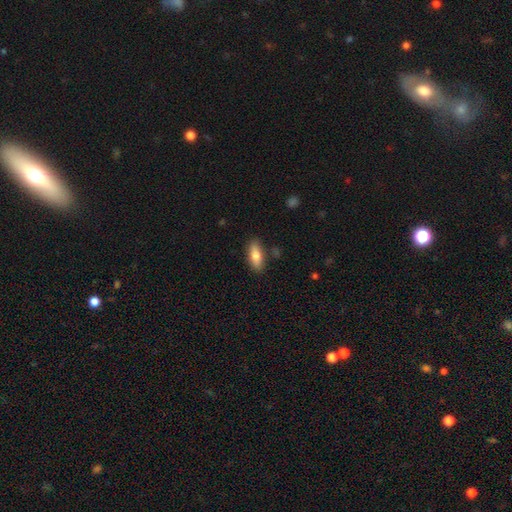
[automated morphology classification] Overall: smooth (76%). How rounded: in between (75%). Merging: none (84%).